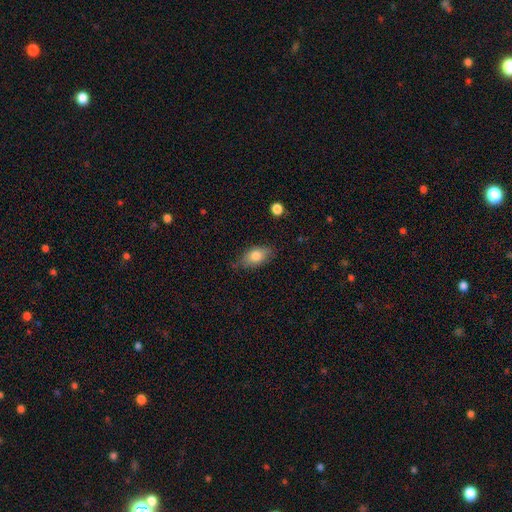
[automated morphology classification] The model was most divided on "merging": none: 74%, minor disturbance: 20%, major disturbance: 4%, merger: 2%. More confident: how rounded — in between (87%); smooth or featured — smooth (78%).